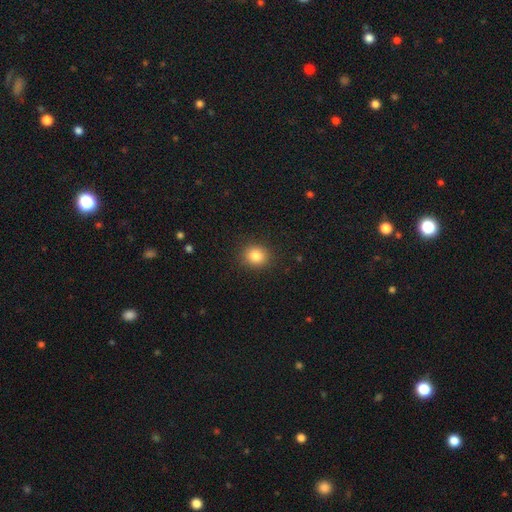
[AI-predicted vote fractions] This appears to be a smooth galaxy with no disk features (83%) that is round (75%). Merging: none (89%).